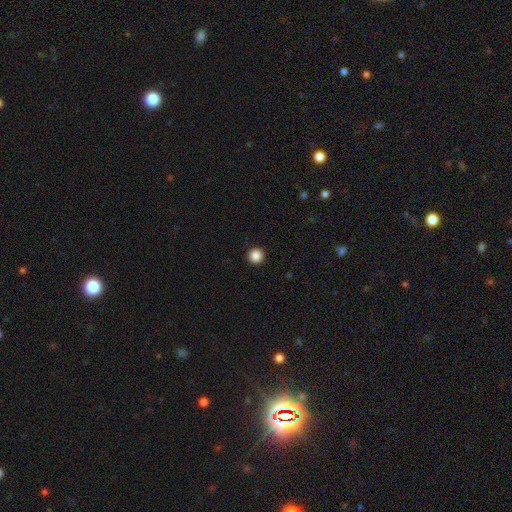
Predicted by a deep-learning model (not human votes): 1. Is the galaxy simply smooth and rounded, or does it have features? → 87% smooth, 10% star or artifact, 3% featured or disk.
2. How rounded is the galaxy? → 97% round, 2% in between, 1% cigar-shaped.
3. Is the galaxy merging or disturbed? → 94% none, 4% minor disturbance, 1% major disturbance, 1% merger.